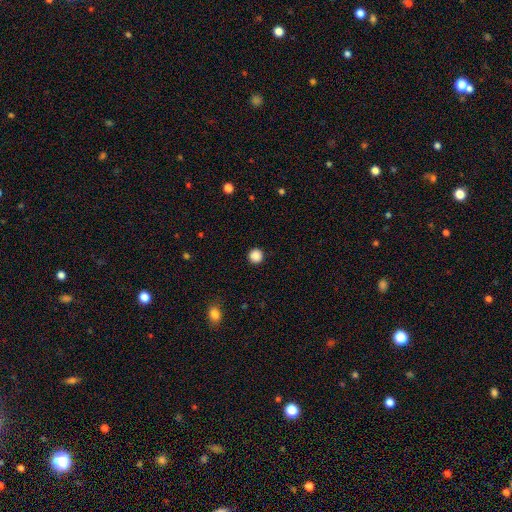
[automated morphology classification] A smooth galaxy with no disk features (88%) that is round (96%).

Vote fractions:
- Smooth or featured? smooth: 88% / star or artifact: 10% / featured or disk: 2%
- How rounded? round: 96% / in between: 3% / cigar-shaped: 1%
- Merging? none: 93% / minor disturbance: 5% / major disturbance: 2% / merger: 1%